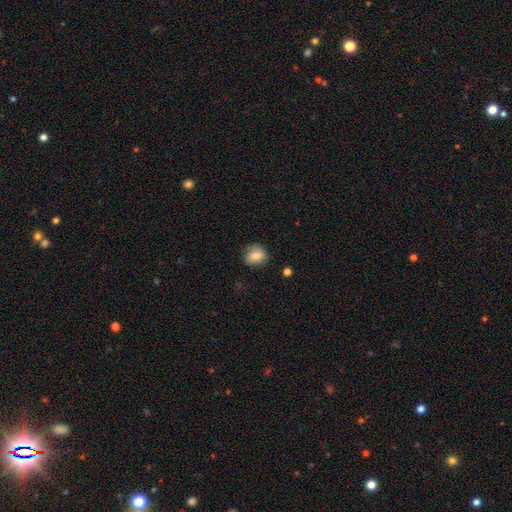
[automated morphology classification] The model was most divided on "how rounded": round: 71%, in between: 28%, cigar-shaped: 1%. More confident: merging — none (77%); smooth or featured — smooth (74%).